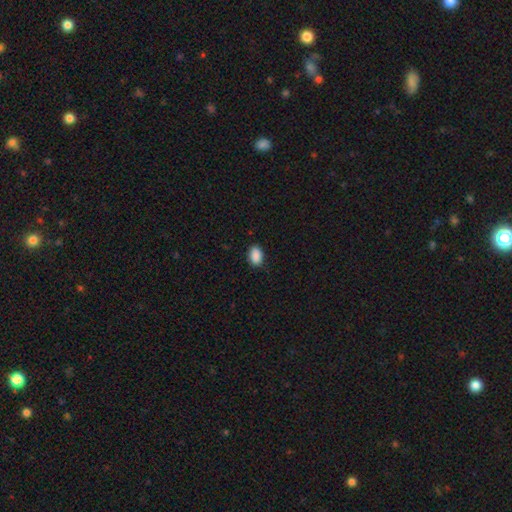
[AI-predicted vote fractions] Smooth or featured: smooth — 90% (star or artifact — 8%)
How rounded: in between — 86% (round — 13%)
Merging: none — 84% (minor disturbance — 12%)